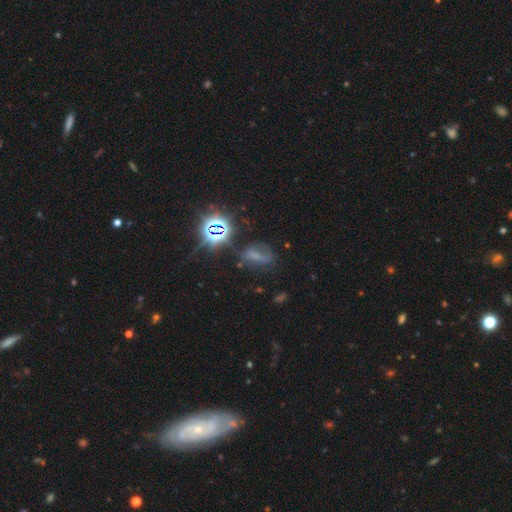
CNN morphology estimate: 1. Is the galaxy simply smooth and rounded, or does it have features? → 38% star or artifact, 36% smooth, 26% featured or disk.